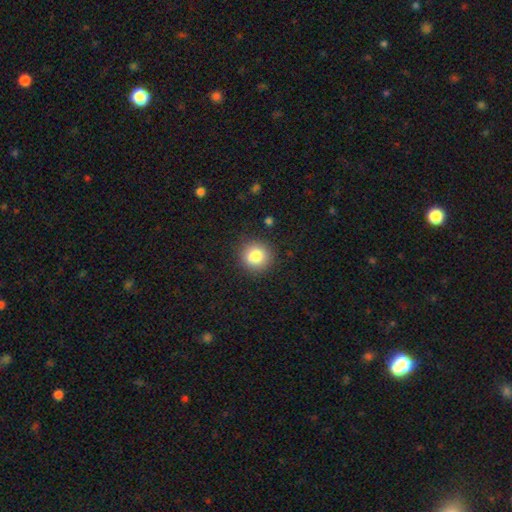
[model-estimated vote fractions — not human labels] Morphology: type=smooth (84%); roundness=round (91%); merging=none (88%).